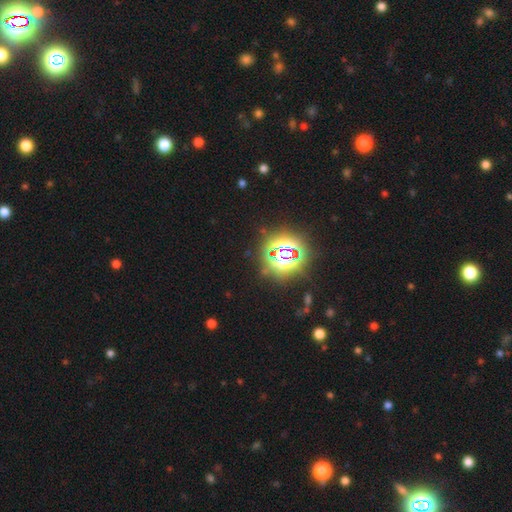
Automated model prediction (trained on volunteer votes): Morphology: type=star or artifact (83%).